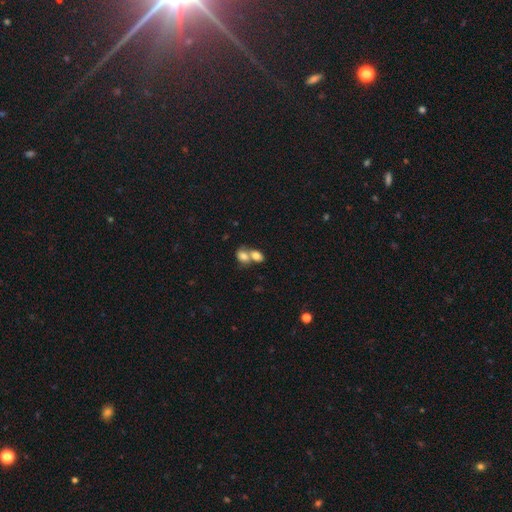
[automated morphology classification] Overall: smooth (77%). How rounded: in between (71%). Merging: merger (72%).